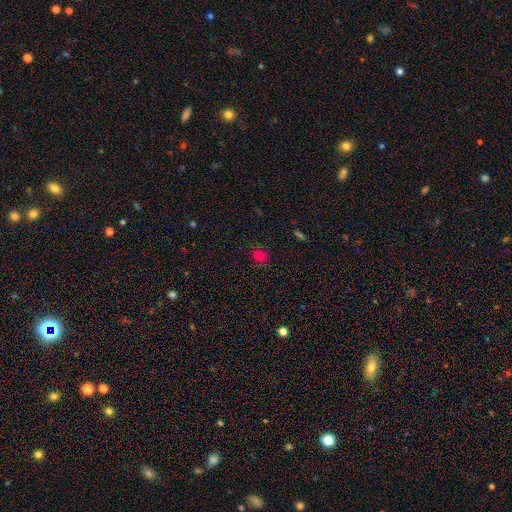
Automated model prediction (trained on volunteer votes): Smooth or featured? smooth (75%)
How rounded? round (83%)
Merging? none (86%)